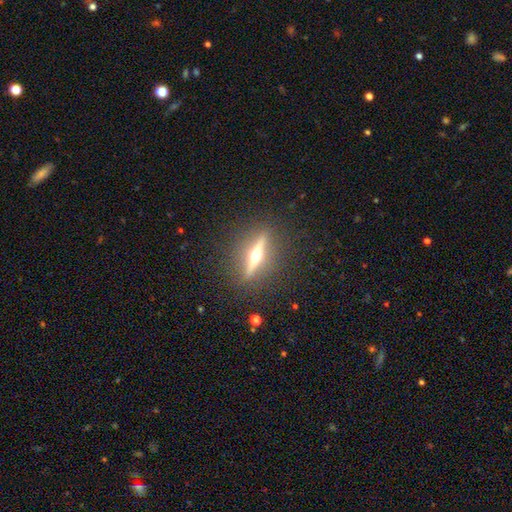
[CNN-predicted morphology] Smooth or featured: featured or disk — 78% (smooth — 15%)
Edge-on disk: yes — 96% (no — 4%)
Edge-on bulge: rounded — 96% (boxy — 2%)
Merging: none — 89% (minor disturbance — 7%)